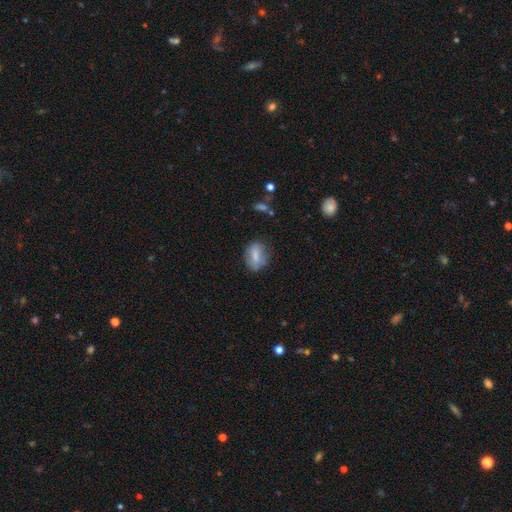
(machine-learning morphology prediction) The model was most divided on "merging": none: 69%, minor disturbance: 22%, major disturbance: 7%, merger: 3%. More confident: how rounded — in between (74%); smooth or featured — smooth (71%).